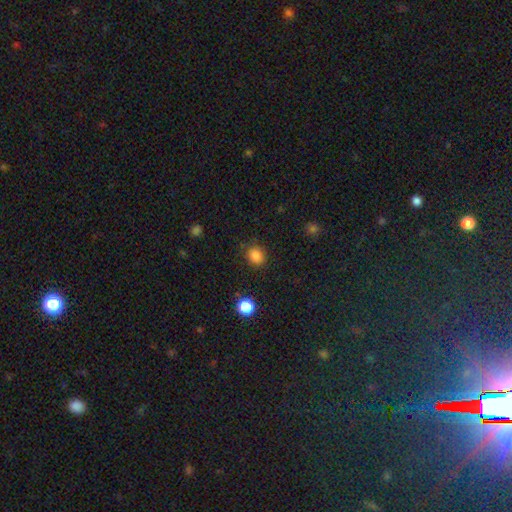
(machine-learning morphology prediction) A smooth galaxy with no disk features (85%) that is round (72%). Merging: none (85%).